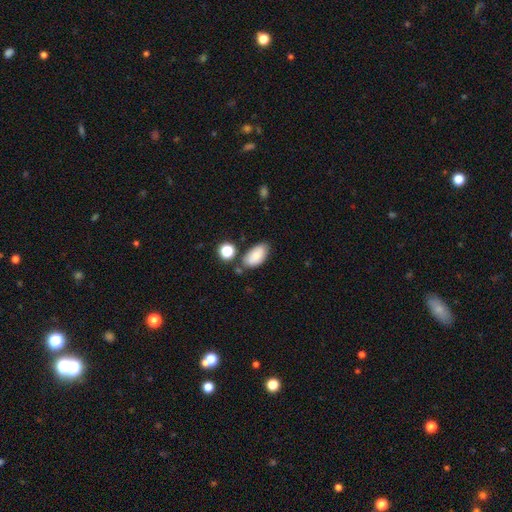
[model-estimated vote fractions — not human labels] smooth_or_featured: smooth (p=0.81) [alt: featured or disk p=0.11]
how_rounded: in between (p=0.94) [alt: round p=0.04]
merging: none (p=0.69) [alt: minor disturbance p=0.18]